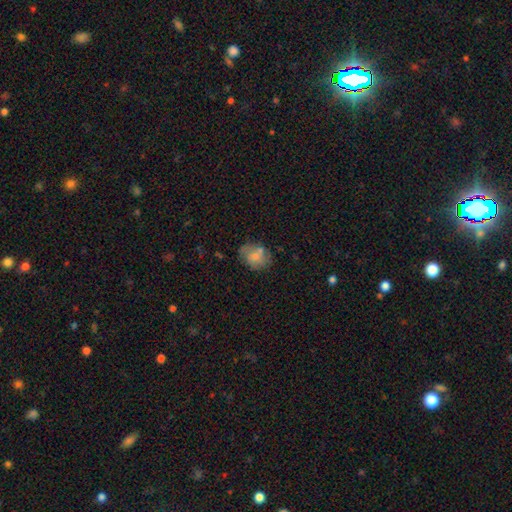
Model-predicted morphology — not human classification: This appears to be a smooth galaxy with no disk features (64%) that is in between round and cigar-shaped (60%). Merging: none (54%).